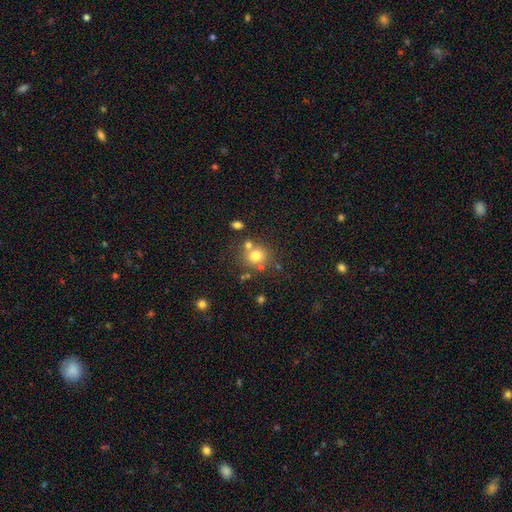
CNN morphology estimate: smooth 73%, star or artifact 14%, featured or disk 13%. Down the decision tree: how rounded — round (83%); merging — none (64%).